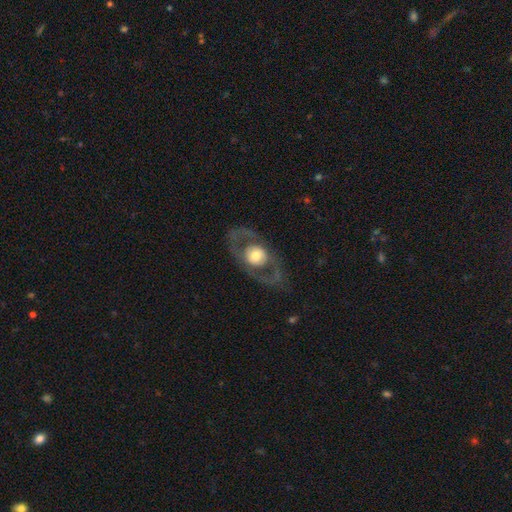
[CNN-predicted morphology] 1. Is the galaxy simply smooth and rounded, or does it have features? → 63% featured or disk, 31% smooth, 5% star or artifact.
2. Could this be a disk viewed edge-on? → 89% no, 11% yes.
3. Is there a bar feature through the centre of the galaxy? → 85% no, 11% weak, 4% strong.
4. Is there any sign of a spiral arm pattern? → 73% no, 27% yes.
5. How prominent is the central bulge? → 48% moderate, 39% large, 6% small, 6% dominant, 1% none.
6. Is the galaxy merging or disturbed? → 75% none, 12% major disturbance, 11% minor disturbance, 1% merger.